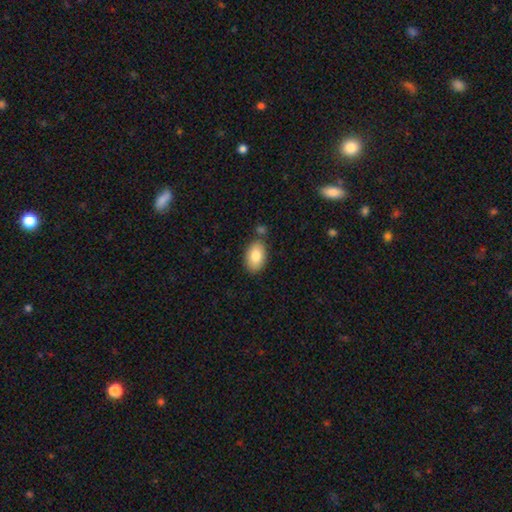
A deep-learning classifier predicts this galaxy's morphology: A smooth galaxy with no disk features (83%) that is in between round and cigar-shaped (91%). Merging: none (77%).